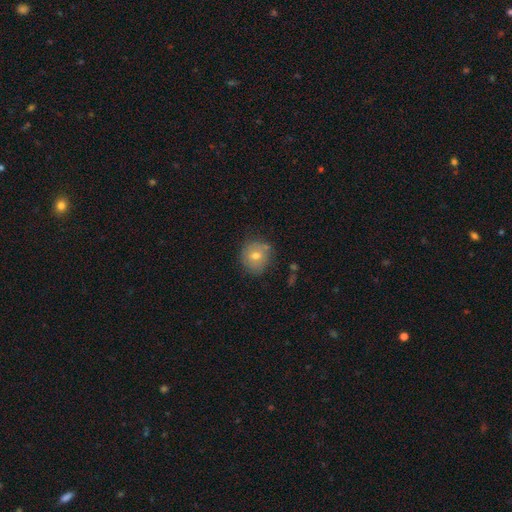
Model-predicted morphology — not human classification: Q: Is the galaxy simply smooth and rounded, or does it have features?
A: smooth — 64%.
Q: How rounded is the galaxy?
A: round — 86%.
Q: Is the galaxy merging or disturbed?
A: none — 72%.